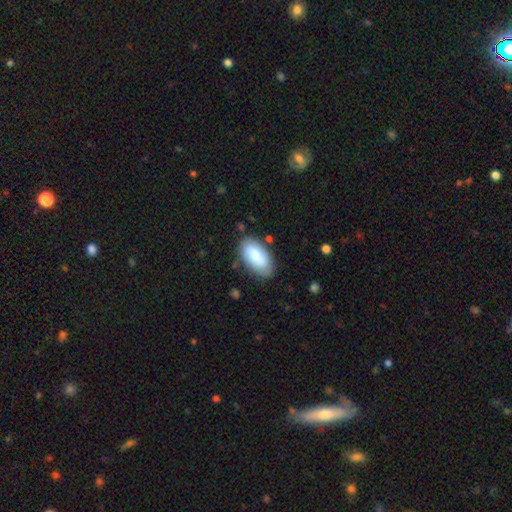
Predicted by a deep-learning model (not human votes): smooth 84%, featured or disk 10%, star or artifact 6%. Down the decision tree: how rounded — in between (95%); merging — none (75%).